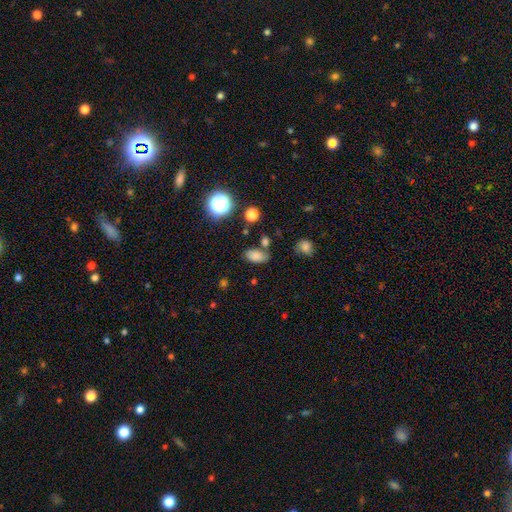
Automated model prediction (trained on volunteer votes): Q: Smooth or featured?
A: smooth (79%); runner-up: star or artifact (14%)
Q: How rounded?
A: in between (90%); runner-up: round (7%)
Q: Merging?
A: none (70%); runner-up: minor disturbance (17%)